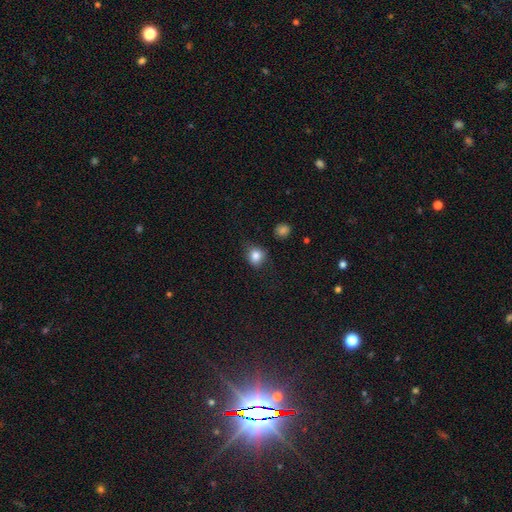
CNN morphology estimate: This is clearly a smooth galaxy (82%). How rounded: likely round (73%). Merging: likely none (69%).